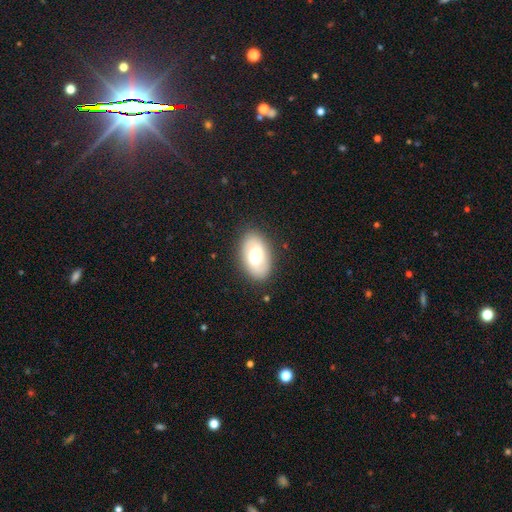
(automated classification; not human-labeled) This appears to be a smooth galaxy with no disk features (56%) that is in between round and cigar-shaped (91%). Merging: none (84%).